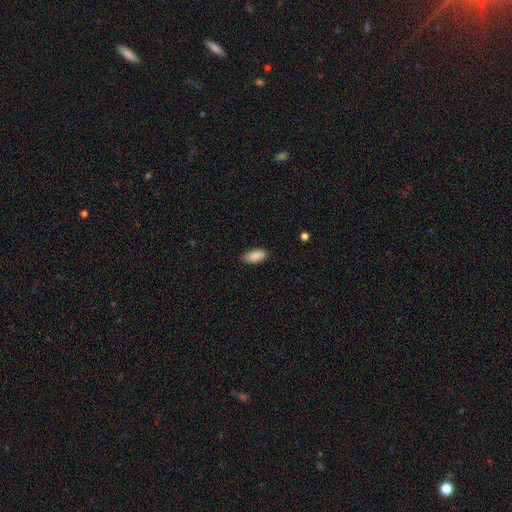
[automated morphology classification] smooth_or_featured: smooth (p=0.89) [alt: star or artifact p=0.07]
how_rounded: in between (p=0.92) [alt: cigar-shaped p=0.06]
merging: none (p=0.81) [alt: minor disturbance p=0.16]